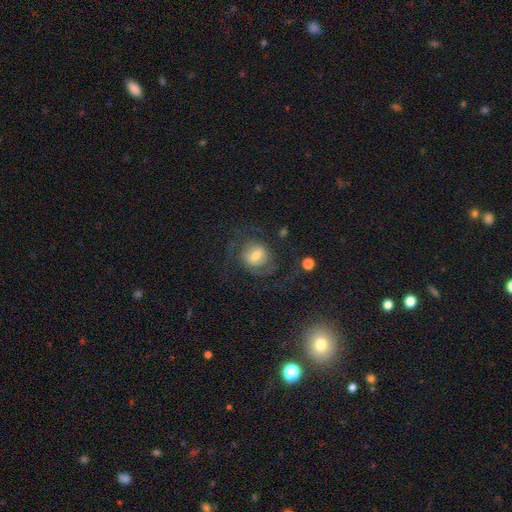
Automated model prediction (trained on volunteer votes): Morphology: type=featured or disk (57%); edge-on=no (96%); bar=weak (47%); spiral arms=yes (75%); bulge=moderate (54%); merging=none (60%).